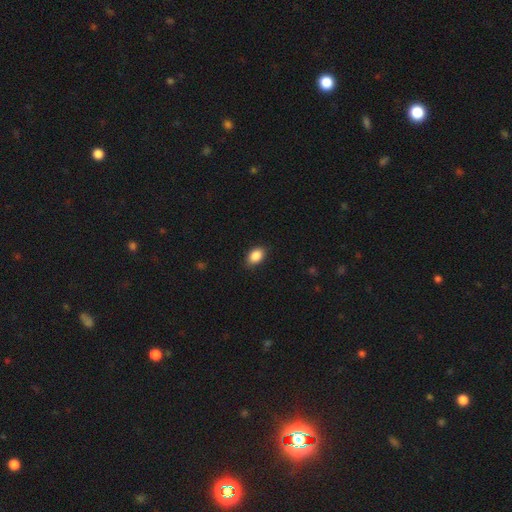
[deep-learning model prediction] Smooth or featured?
  - smooth: 88% *
  - star or artifact: 8%
  - featured or disk: 4%
How rounded?
  - in between: 84% *
  - round: 14%
  - cigar-shaped: 1%
Merging?
  - none: 83% *
  - minor disturbance: 14%
  - major disturbance: 3%
  - merger: 1%